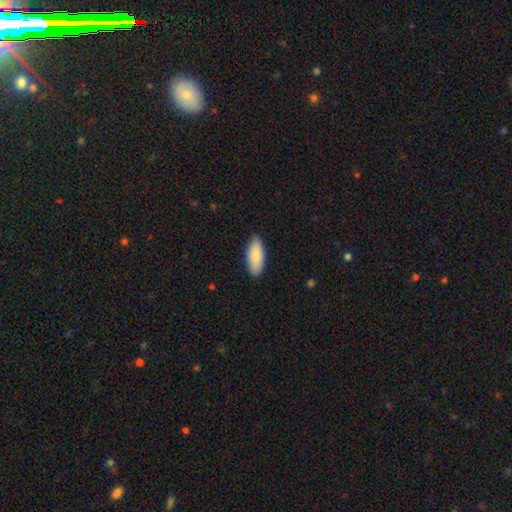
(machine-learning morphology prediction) type=smooth (89%); roundness=in between (84%); merging=none (88%).